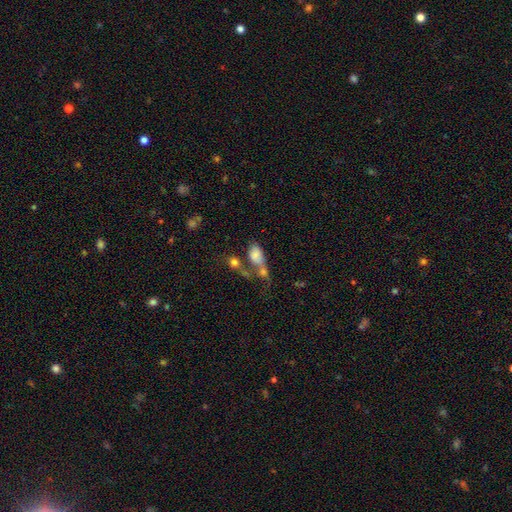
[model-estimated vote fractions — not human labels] Q: Smooth or featured?
A: smooth (71%); runner-up: featured or disk (18%)
Q: How rounded?
A: in between (85%); runner-up: round (11%)
Q: Merging?
A: merger (51%); runner-up: none (20%)